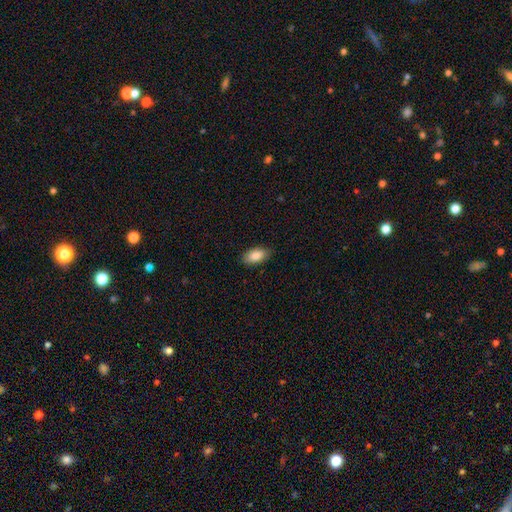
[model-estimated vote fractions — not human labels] Q: Smooth or featured?
A: smooth (87%); runner-up: star or artifact (7%)
Q: How rounded?
A: in between (93%); runner-up: cigar-shaped (4%)
Q: Merging?
A: none (86%); runner-up: minor disturbance (11%)